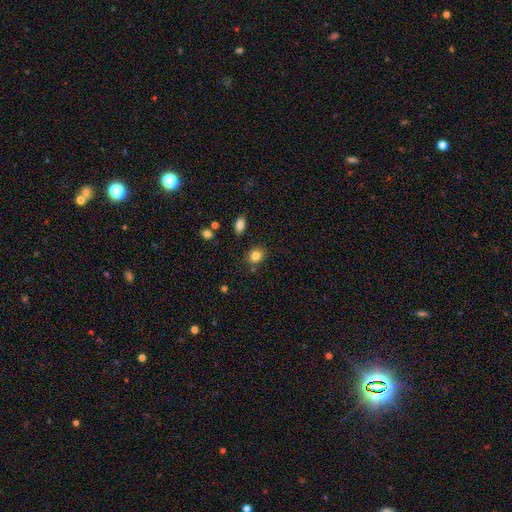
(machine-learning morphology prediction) A smooth galaxy with no disk features (84%) that is round (57%).

Vote fractions:
- Smooth or featured? smooth: 84% / star or artifact: 11% / featured or disk: 5%
- How rounded? round: 57% / in between: 42% / cigar-shaped: 1%
- Merging? none: 79% / minor disturbance: 13% / merger: 5% / major disturbance: 3%